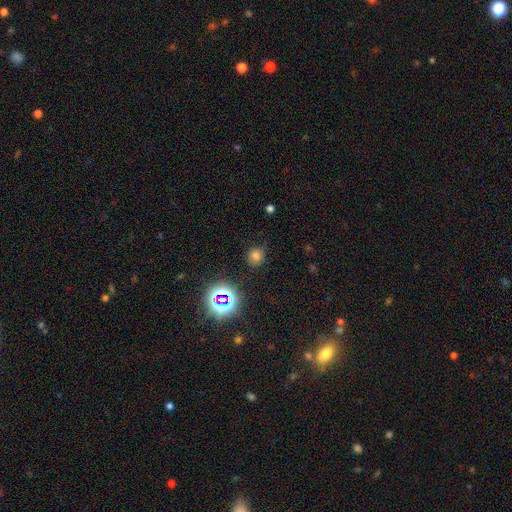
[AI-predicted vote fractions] smooth_or_featured: smooth (p=0.71) [alt: star or artifact p=0.23]
how_rounded: round (p=0.83) [alt: in between p=0.16]
merging: none (p=0.80) [alt: minor disturbance p=0.14]